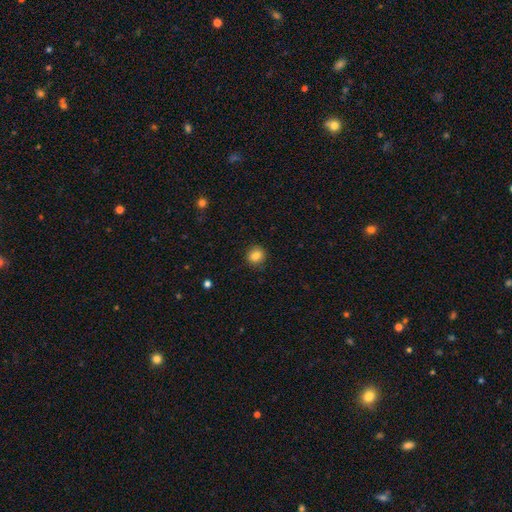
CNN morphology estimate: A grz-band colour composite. It shows a smooth galaxy with no disk features (84%) that is round (80%). Merging: none (89%).